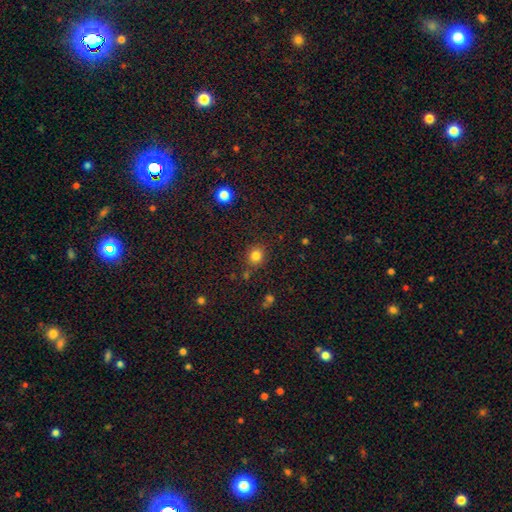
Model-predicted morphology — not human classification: This is clearly a smooth galaxy (82%). How rounded: clearly round (80%). Merging: clearly none (83%).